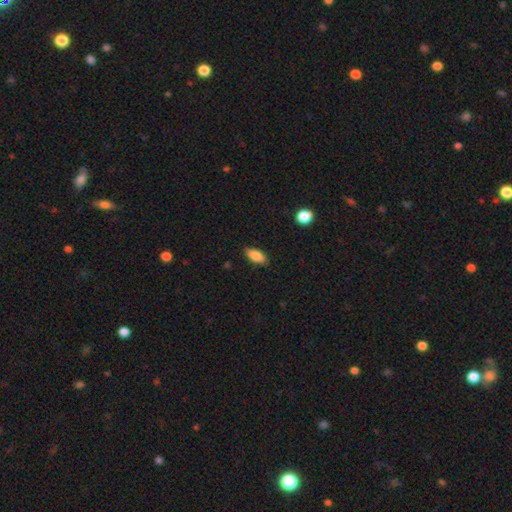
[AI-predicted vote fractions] Morphology: type=smooth (85%); roundness=in between (84%); merging=none (87%).